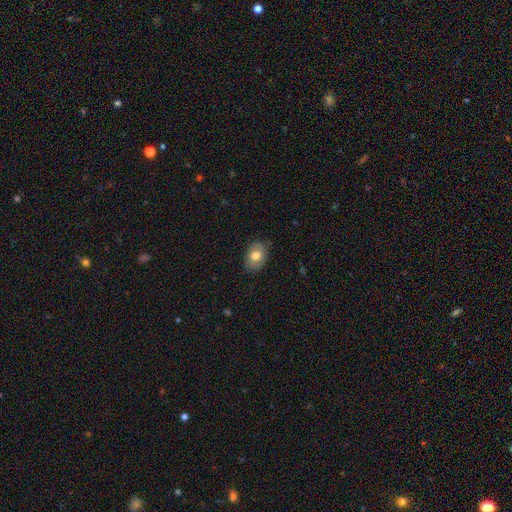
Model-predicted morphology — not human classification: smooth-or-featured: smooth: 69% | featured or disk: 24% | star or artifact: 7%
  how-rounded: in between: 80% | round: 19% | cigar-shaped: 1%
  merging: none: 79% | minor disturbance: 17% | major disturbance: 3% | merger: 1%